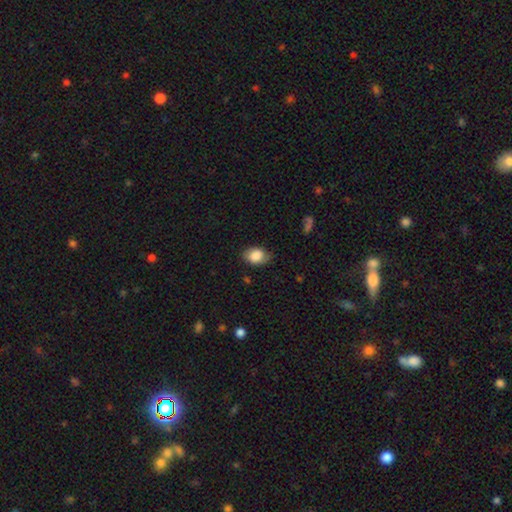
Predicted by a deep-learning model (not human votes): Smooth or featured? Predicted: smooth (p=0.85). How rounded? Predicted: in between (p=0.80). Merging? Predicted: none (p=0.75).